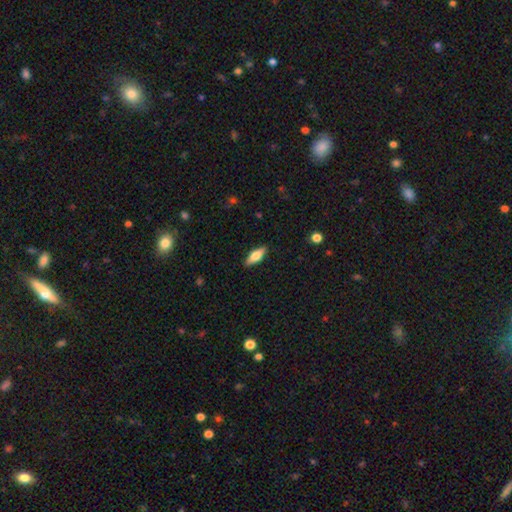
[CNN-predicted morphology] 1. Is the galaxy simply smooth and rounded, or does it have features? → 64% smooth, 30% featured or disk, 6% star or artifact.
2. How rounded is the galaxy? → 66% in between, 31% cigar-shaped, 3% round.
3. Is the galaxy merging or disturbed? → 88% none, 9% minor disturbance, 2% major disturbance, 1% merger.